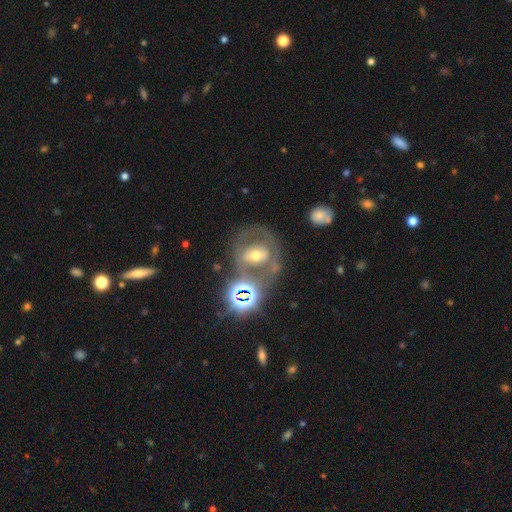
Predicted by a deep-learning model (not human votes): smooth-or-featured: featured or disk: 60% | smooth: 23% | star or artifact: 17%
  disk-edge-on: no: 94% | yes: 6%
    bar: no: 42% | weak: 31% | strong: 28%
    has-spiral-arms: no: 59% | yes: 41%
    bulge-size: moderate: 60% | small: 28% | large: 8% | none: 2% | dominant: 2%
  merging: none: 53% | minor disturbance: 16% | major disturbance: 16% | merger: 15%